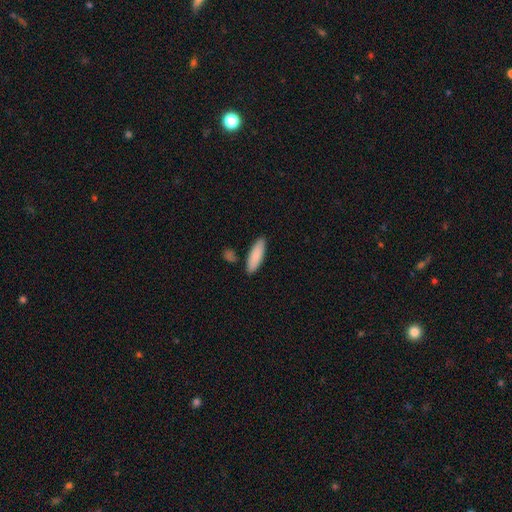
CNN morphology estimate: A smooth galaxy with no disk features (85%) that is cigar-shaped (50%).

Vote fractions:
- Smooth or featured? smooth: 85% / featured or disk: 9% / star or artifact: 6%
- How rounded? cigar-shaped: 50% / in between: 48% / round: 2%
- Merging? none: 84% / minor disturbance: 10% / merger: 4% / major disturbance: 2%